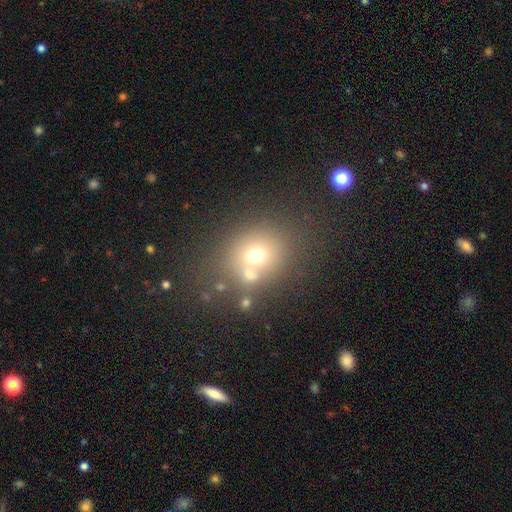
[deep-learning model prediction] This appears to be a smooth galaxy with no disk features (64%) that is round (71%). Merging: none (55%).